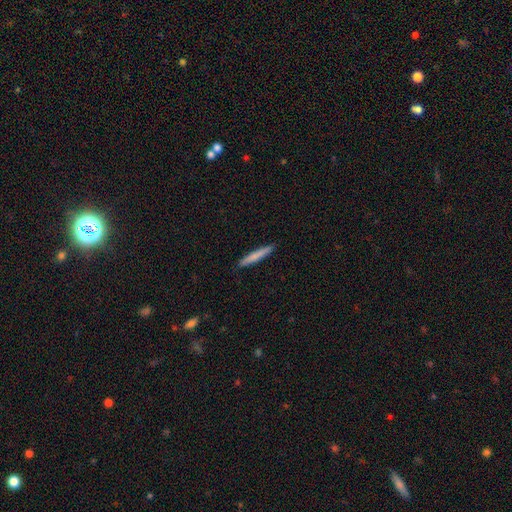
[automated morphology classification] Smooth or featured?
  - smooth: 74% *
  - featured or disk: 20%
  - star or artifact: 6%
How rounded?
  - cigar-shaped: 96% *
  - in between: 3%
  - round: 1%
Merging?
  - none: 92% *
  - minor disturbance: 6%
  - major disturbance: 1%
  - merger: 1%